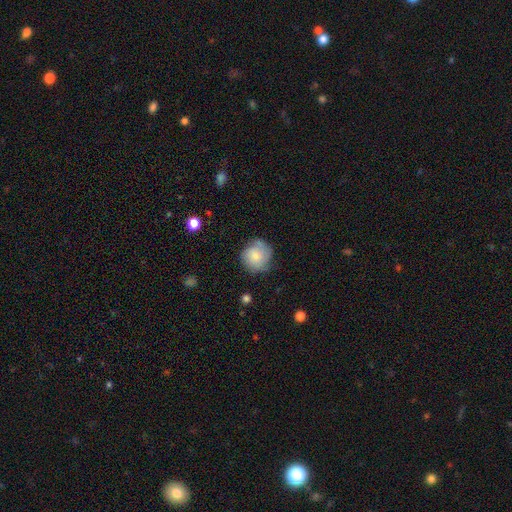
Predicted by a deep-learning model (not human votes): This is likely a smooth galaxy (71%). How rounded: clearly round (87%). Merging: likely none (63%).